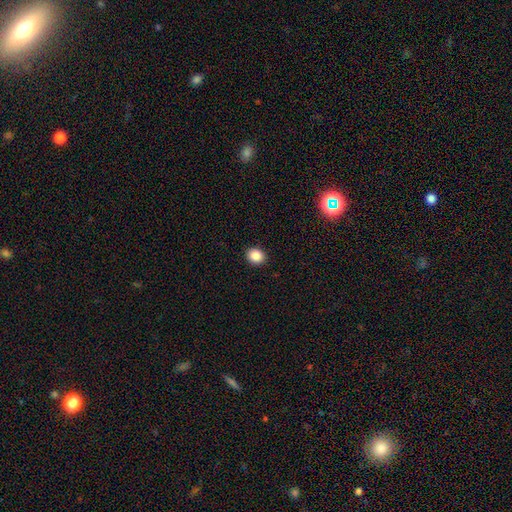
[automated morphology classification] type=smooth (87%); roundness=round (69%); merging=none (92%).